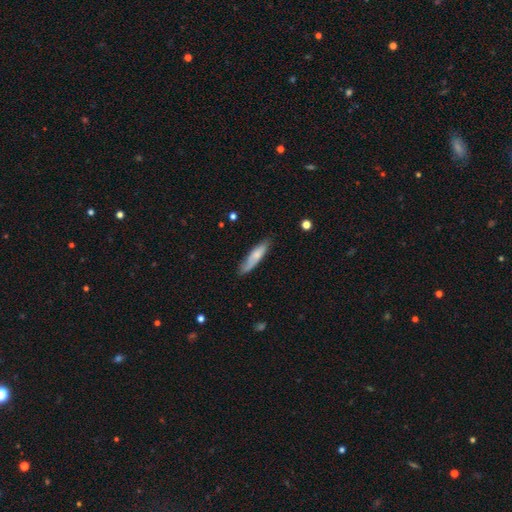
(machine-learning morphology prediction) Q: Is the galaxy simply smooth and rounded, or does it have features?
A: smooth — 71%.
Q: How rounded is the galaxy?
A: cigar-shaped — 74%.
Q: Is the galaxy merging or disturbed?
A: none — 77%.